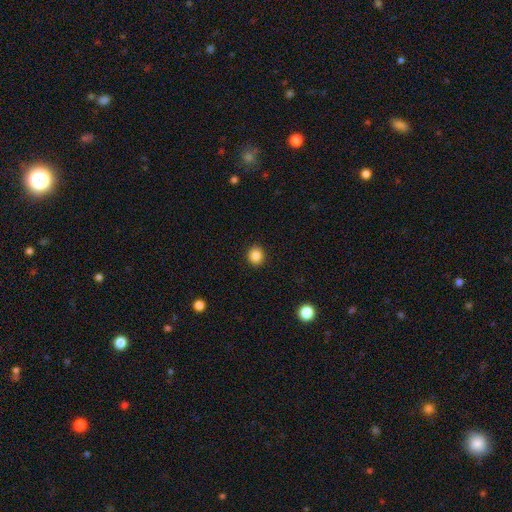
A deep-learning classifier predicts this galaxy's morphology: smooth_or_featured: smooth (p=0.86) [alt: star or artifact p=0.10]
how_rounded: round (p=0.83) [alt: in between p=0.16]
merging: none (p=0.92) [alt: minor disturbance p=0.05]